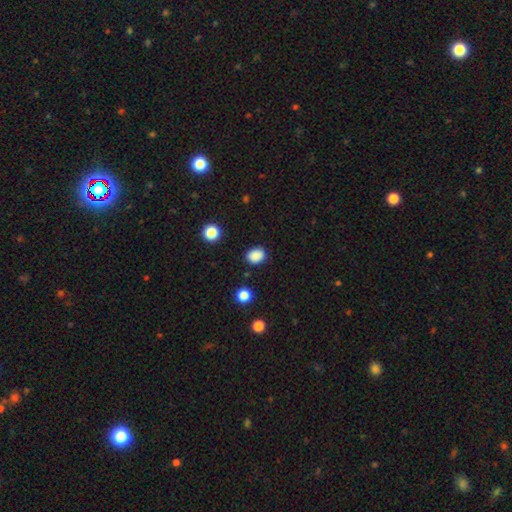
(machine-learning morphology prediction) smooth-or-featured: smooth: 87% | star or artifact: 10% | featured or disk: 3%
  how-rounded: in between: 53% | round: 46% | cigar-shaped: 1%
  merging: none: 85% | minor disturbance: 11% | major disturbance: 3% | merger: 2%